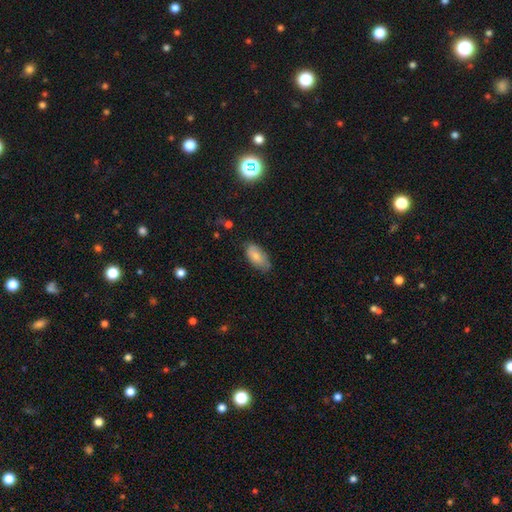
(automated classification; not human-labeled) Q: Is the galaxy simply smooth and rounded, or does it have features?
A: smooth — 80%.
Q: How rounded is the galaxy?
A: in between — 93%.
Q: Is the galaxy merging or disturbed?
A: none — 69%.